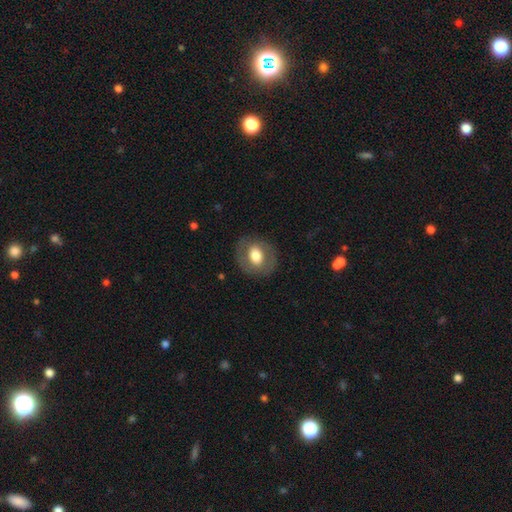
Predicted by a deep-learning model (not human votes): A smooth galaxy with no disk features (60%) that is round (53%).

Vote fractions:
- Smooth or featured? smooth: 60% / featured or disk: 33% / star or artifact: 7%
- How rounded? round: 53% / in between: 46% / cigar-shaped: 1%
- Merging? none: 82% / minor disturbance: 11% / major disturbance: 6% / merger: 1%